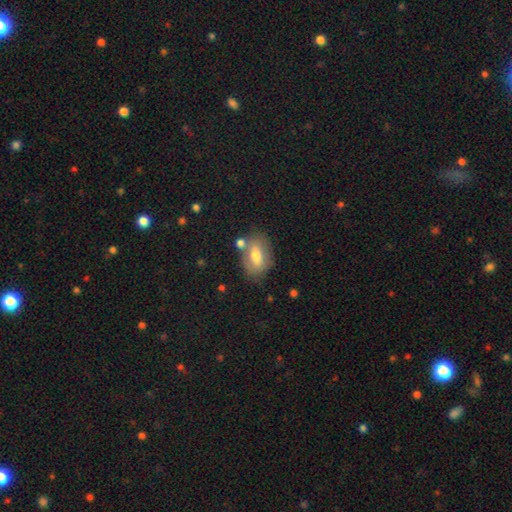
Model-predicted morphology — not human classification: Smooth or featured?
  - smooth: 61% *
  - featured or disk: 31%
  - star or artifact: 8%
How rounded?
  - in between: 81% *
  - round: 16%
  - cigar-shaped: 3%
Merging?
  - none: 65% *
  - minor disturbance: 17%
  - merger: 12%
  - major disturbance: 6%